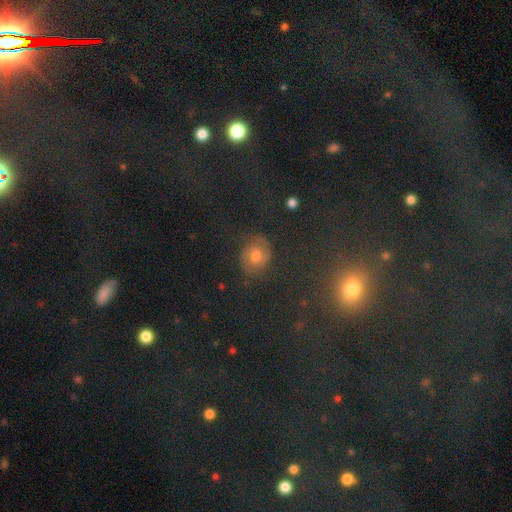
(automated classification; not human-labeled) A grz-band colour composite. It shows a smooth galaxy with no disk features (39%). Merging: none (79%).